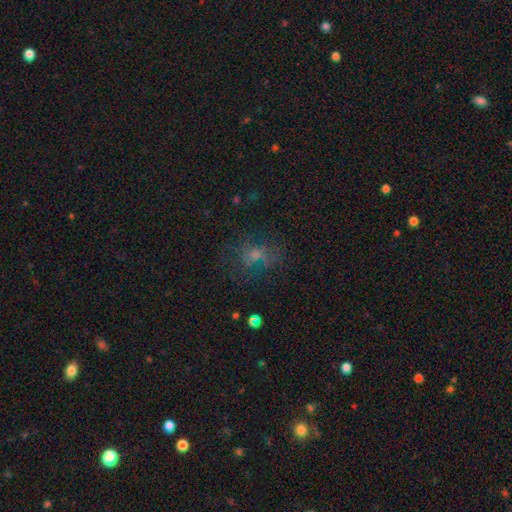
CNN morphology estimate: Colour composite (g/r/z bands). It shows a smooth galaxy with no disk features (47%). Merging: none (54%).